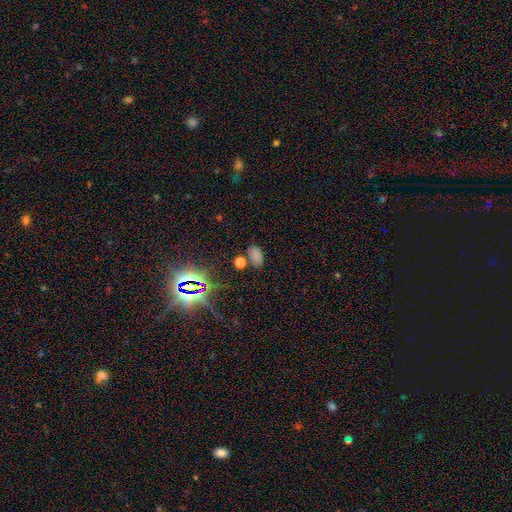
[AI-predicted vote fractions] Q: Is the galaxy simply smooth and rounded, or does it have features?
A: smooth — 69%.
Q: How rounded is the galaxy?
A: in between — 91%.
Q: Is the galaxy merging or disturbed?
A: none — 76%.